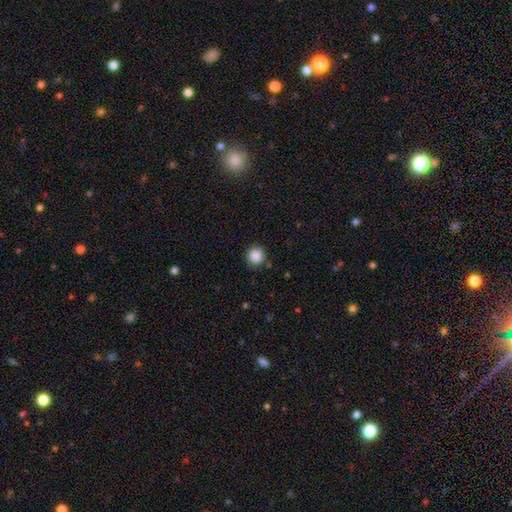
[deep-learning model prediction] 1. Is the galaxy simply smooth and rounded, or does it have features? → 87% smooth, 10% star or artifact, 3% featured or disk.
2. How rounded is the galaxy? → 94% round, 5% in between, 1% cigar-shaped.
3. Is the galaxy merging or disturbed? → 89% none, 7% minor disturbance, 2% major disturbance, 2% merger.